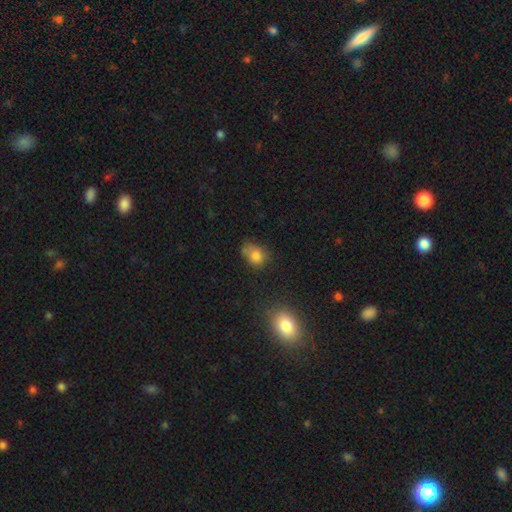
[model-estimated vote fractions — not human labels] Q: Smooth or featured?
A: smooth (78%); runner-up: star or artifact (12%)
Q: How rounded?
A: in between (55%); runner-up: round (44%)
Q: Merging?
A: none (49%); runner-up: minor disturbance (29%)